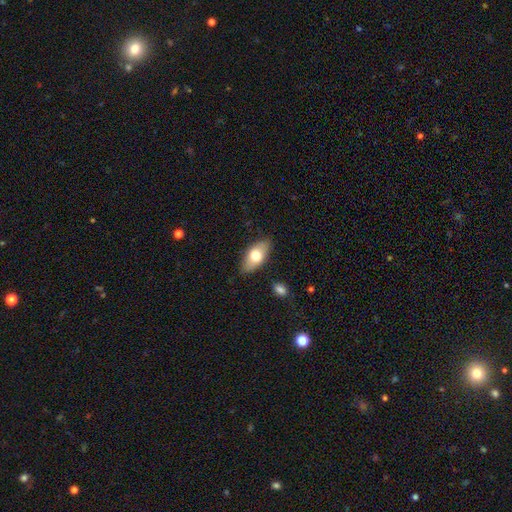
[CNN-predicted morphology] The model was most divided on "smooth or featured": smooth: 68%, featured or disk: 26%, star or artifact: 6%. More confident: how rounded — in between (88%); merging — none (84%).